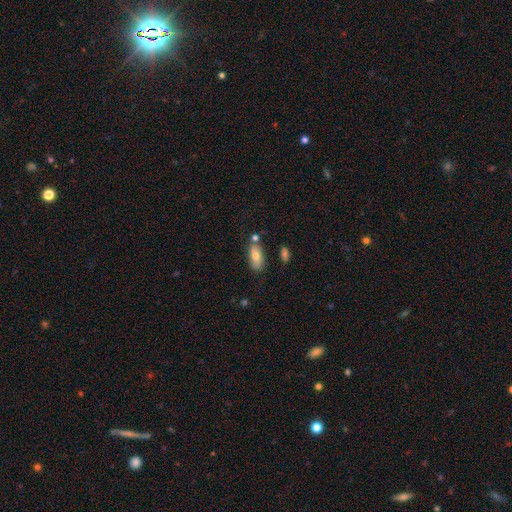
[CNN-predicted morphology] type=smooth (73%); roundness=in between (85%); merging=none (64%).